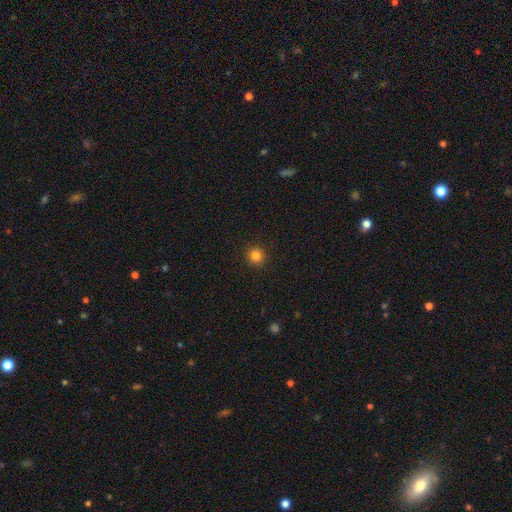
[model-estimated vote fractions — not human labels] A smooth galaxy with no disk features (83%) that is round (93%).

Vote fractions:
- Smooth or featured? smooth: 83% / star or artifact: 13% / featured or disk: 4%
- How rounded? round: 93% / in between: 6% / cigar-shaped: 1%
- Merging? none: 92% / minor disturbance: 6% / major disturbance: 2% / merger: 1%